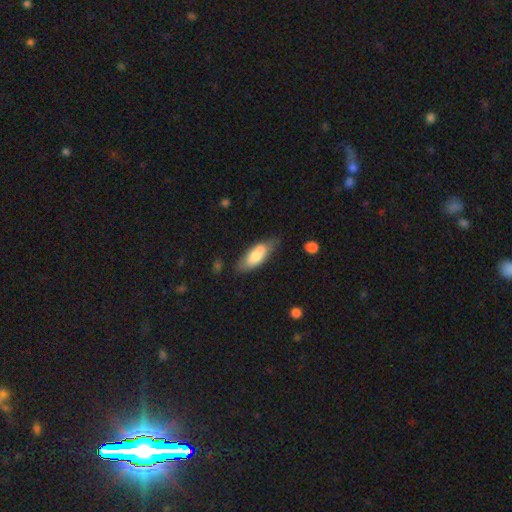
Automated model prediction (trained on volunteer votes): A smooth galaxy with no disk features (67%) that is in between round and cigar-shaped (74%). Merging: none (53%).